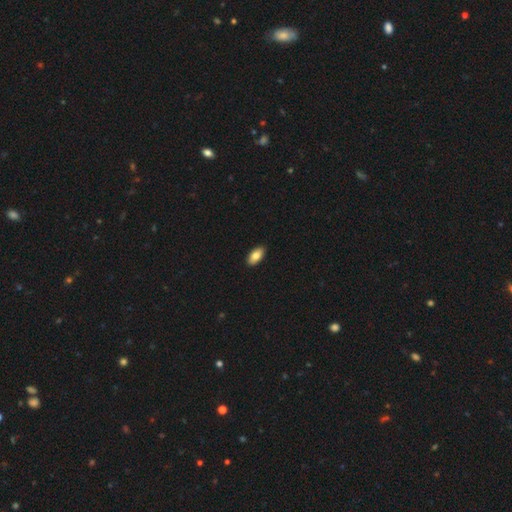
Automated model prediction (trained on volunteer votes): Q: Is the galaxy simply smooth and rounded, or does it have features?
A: smooth — 83%.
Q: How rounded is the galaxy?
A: in between — 93%.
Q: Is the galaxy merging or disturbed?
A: none — 91%.